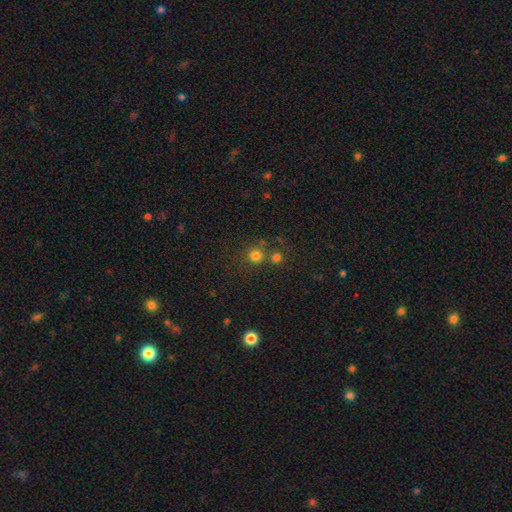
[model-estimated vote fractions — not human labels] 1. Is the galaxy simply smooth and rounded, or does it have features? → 76% smooth, 17% star or artifact, 7% featured or disk.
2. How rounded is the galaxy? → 91% round, 8% in between, 1% cigar-shaped.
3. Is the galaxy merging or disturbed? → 65% none, 23% merger, 8% minor disturbance, 4% major disturbance.